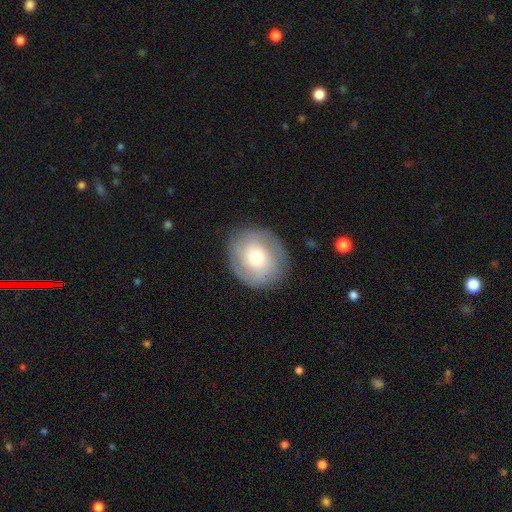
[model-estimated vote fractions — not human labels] Smooth or featured?
  - smooth: 51% *
  - featured or disk: 41%
  - star or artifact: 8%
How rounded?
  - round: 77% *
  - in between: 22%
  - cigar-shaped: 1%
Merging?
  - none: 83% *
  - minor disturbance: 11%
  - major disturbance: 4%
  - merger: 1%